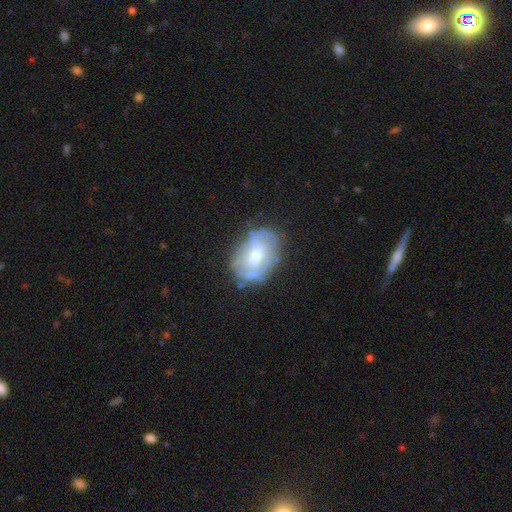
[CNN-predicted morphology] Smooth or featured: featured or disk — 62% (smooth — 30%)
Edge-on disk: no — 95% (yes — 5%)
Bar: no — 48% (weak — 42%)
Spiral arms: yes — 55% (no — 45%)
Bulge size: moderate — 63% (small — 27%)
Merging: none — 62% (minor disturbance — 25%)